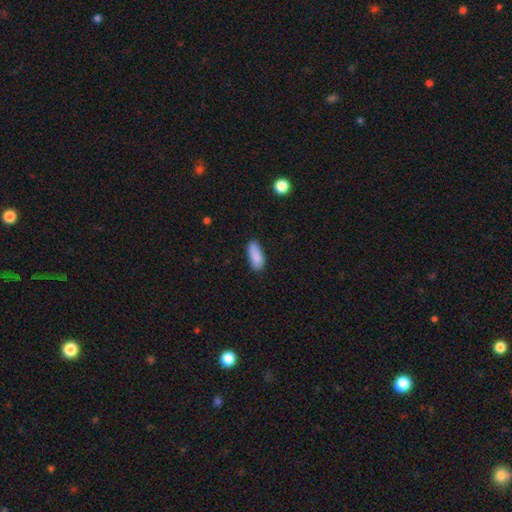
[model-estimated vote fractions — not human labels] This appears to be a smooth galaxy with no disk features (89%) that is in between round and cigar-shaped (82%). Merging: none (82%).